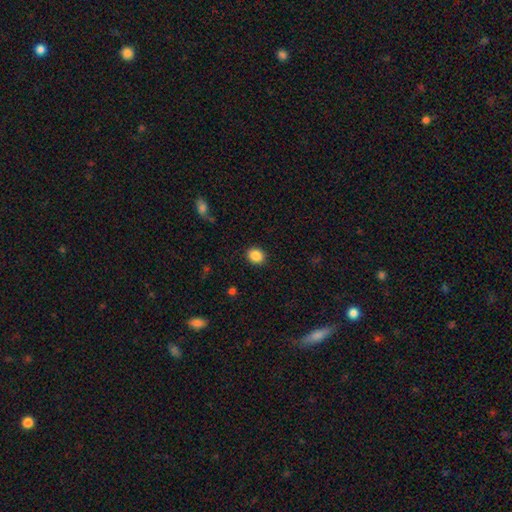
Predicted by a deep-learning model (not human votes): smooth_or_featured: smooth (p=0.88) [alt: star or artifact p=0.09]
how_rounded: round (p=0.62) [alt: in between p=0.38]
merging: none (p=0.89) [alt: minor disturbance p=0.07]